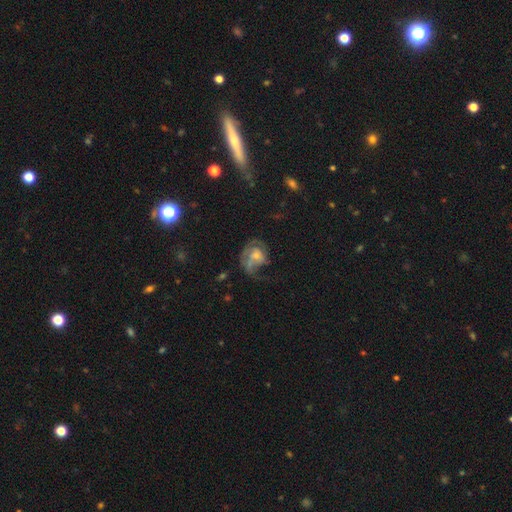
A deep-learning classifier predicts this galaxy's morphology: Smooth or featured: featured or disk — 66% (smooth — 23%)
Edge-on disk: no — 97% (yes — 3%)
Bar: no — 71% (weak — 25%)
Spiral arms: yes — 79% (no — 21%)
Spiral winding: medium — 40% (tight — 31%)
Spiral arm count: 1 — 34% (2 — 28%)
Bulge size: moderate — 45% (small — 39%)
Merging: none — 39% (major disturbance — 36%)